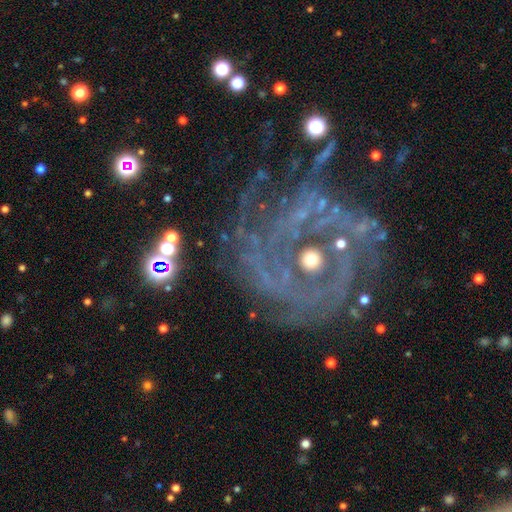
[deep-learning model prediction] A featured or disk galaxy (79%) with no bar (69%), tight (61%) spiral arms (82%) and a small central bulge (42%). Merging: none (56%).